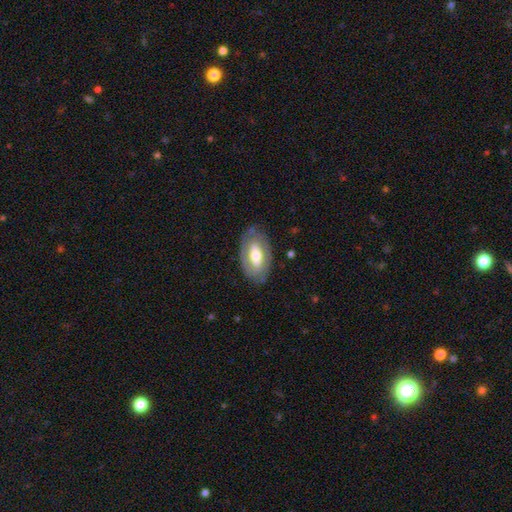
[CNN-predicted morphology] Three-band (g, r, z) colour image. It shows a featured or disk galaxy (53%). Merging: none (78%).